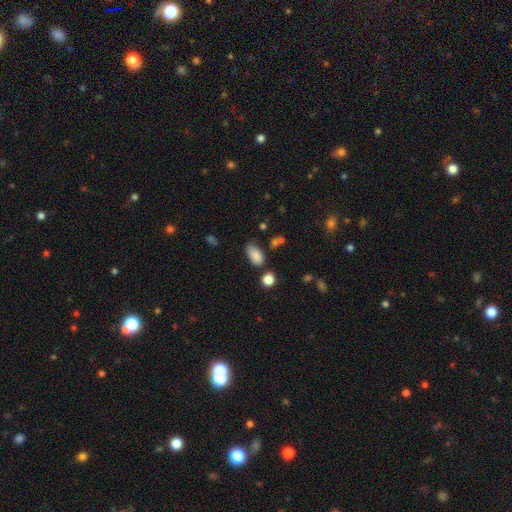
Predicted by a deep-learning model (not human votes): smooth_or_featured: smooth (p=0.85) [alt: star or artifact p=0.10]
how_rounded: in between (p=0.91) [alt: round p=0.06]
merging: none (p=0.60) [alt: minor disturbance p=0.27]